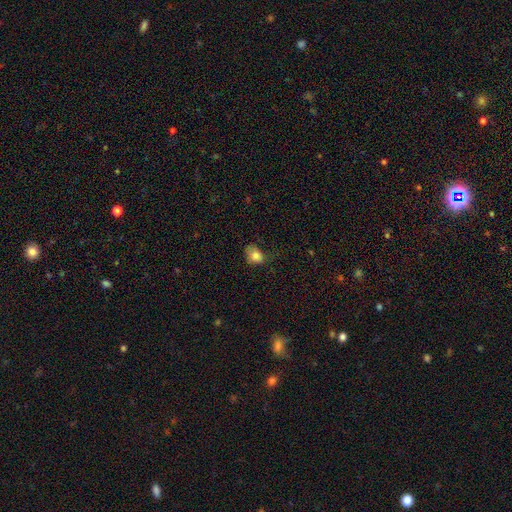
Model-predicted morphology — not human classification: The model was most divided on "merging": none: 37%, minor disturbance: 36%, major disturbance: 24%, merger: 2%. More confident: smooth or featured — smooth (81%); how rounded — in between (61%).